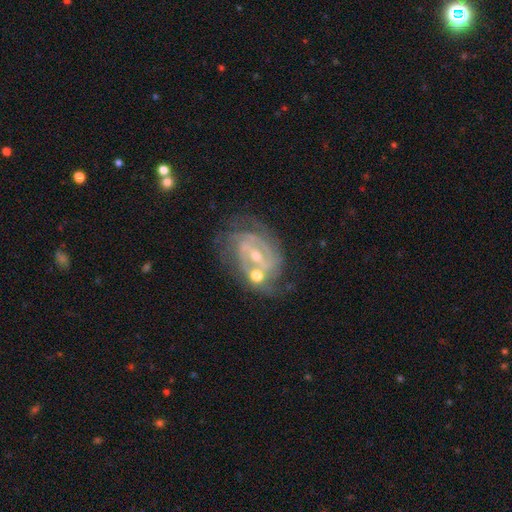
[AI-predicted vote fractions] smooth-or-featured: featured or disk: 86% | smooth: 7% | star or artifact: 7%
  disk-edge-on: no: 96% | yes: 4%
    bar: weak: 44% | strong: 30% | no: 25%
    has-spiral-arms: yes: 93% | no: 7%
      spiral-winding: tight: 59% | medium: 33% | loose: 8%
      spiral-arm-count: 2: 45% | can't tell: 23% | 3: 17% | 4: 6% | 1: 5% | more than 4: 4%
    bulge-size: small: 55% | moderate: 41% | none: 2% | large: 2% | dominant: 1%
  merging: none: 58% | minor disturbance: 18% | merger: 15% | major disturbance: 10%